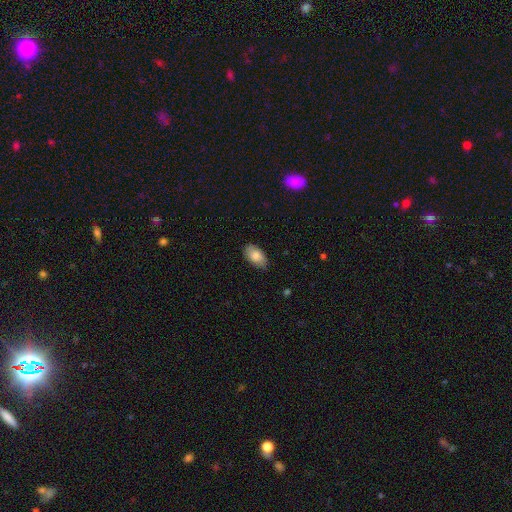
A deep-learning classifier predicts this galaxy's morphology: A smooth galaxy with no disk features (82%) that is in between round and cigar-shaped (94%). Merging: none (81%).